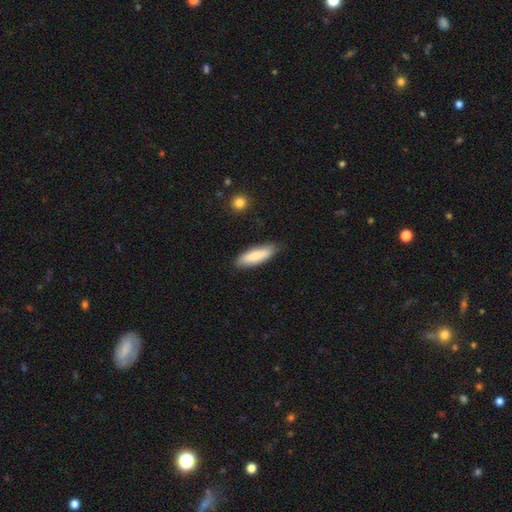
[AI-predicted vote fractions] Smooth or featured?
  - smooth: 80% *
  - featured or disk: 14%
  - star or artifact: 6%
How rounded?
  - cigar-shaped: 50% *
  - in between: 49%
  - round: 2%
Merging?
  - none: 81% *
  - minor disturbance: 15%
  - major disturbance: 3%
  - merger: 2%